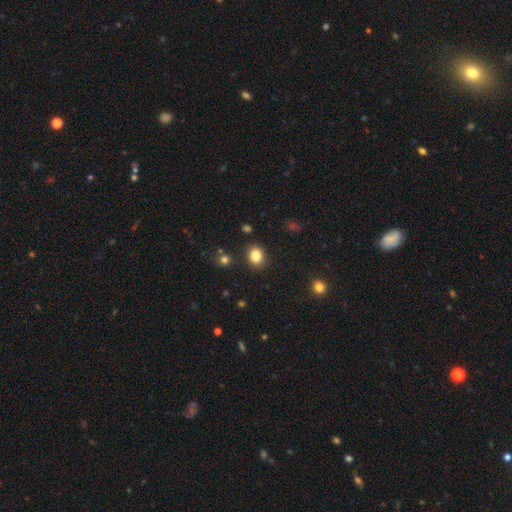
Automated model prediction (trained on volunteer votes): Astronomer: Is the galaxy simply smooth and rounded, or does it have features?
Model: smooth — 84%.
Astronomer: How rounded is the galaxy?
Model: round — 54% (runner-up: in between, 45%).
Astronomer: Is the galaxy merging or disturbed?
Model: none — 87%.